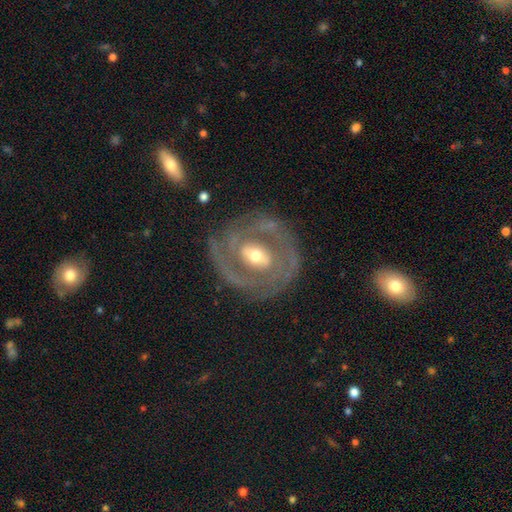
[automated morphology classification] smooth-or-featured: featured or disk: 84% | smooth: 11% | star or artifact: 5%
  disk-edge-on: no: 96% | yes: 4%
    bar: weak: 40% | strong: 32% | no: 28%
    has-spiral-arms: yes: 83% | no: 17%
      spiral-winding: tight: 62% | medium: 29% | loose: 9%
      spiral-arm-count: 2: 55% | can't tell: 21% | 3: 11% | 1: 6% | 4: 4% | more than 4: 3%
    bulge-size: moderate: 60% | small: 32% | large: 6% | dominant: 1% | none: 1%
  merging: none: 78% | minor disturbance: 14% | major disturbance: 7% | merger: 1%